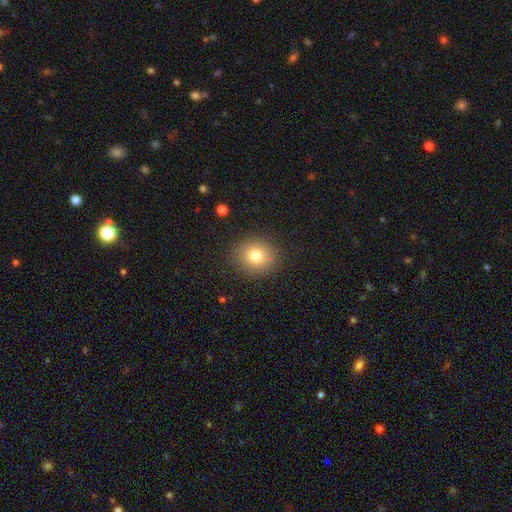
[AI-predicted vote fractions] smooth 79%, star or artifact 12%, featured or disk 9%. Down the decision tree: how rounded — round (83%); merging — none (88%).